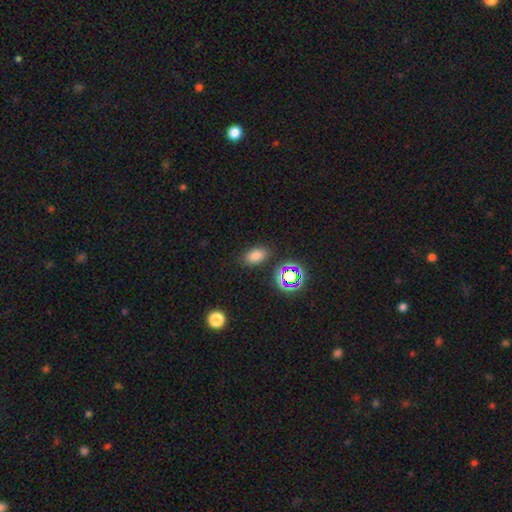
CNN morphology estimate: This appears to be a smooth galaxy with no disk features (74%) that is in between round and cigar-shaped (85%). Merging: none (83%).